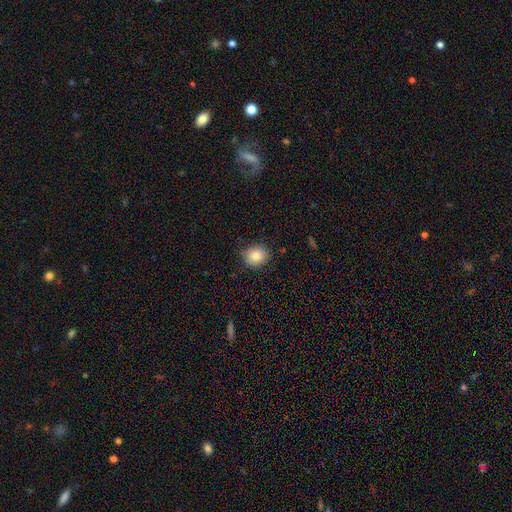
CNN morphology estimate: Smooth or featured?
  - smooth: 83% *
  - star or artifact: 10%
  - featured or disk: 7%
How rounded?
  - round: 78% *
  - in between: 21%
  - cigar-shaped: 1%
Merging?
  - none: 85% *
  - minor disturbance: 12%
  - major disturbance: 2%
  - merger: 1%